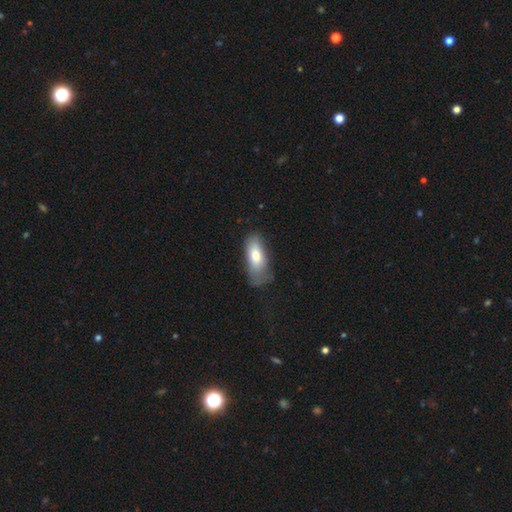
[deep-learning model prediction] A smooth galaxy with no disk features (75%) that is in between round and cigar-shaped (81%). Merging: none (49%).